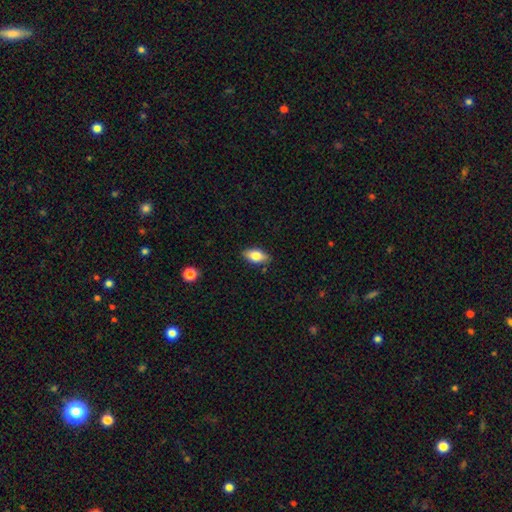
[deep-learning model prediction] Q: Smooth or featured?
A: smooth (77%); runner-up: featured or disk (16%)
Q: How rounded?
A: in between (88%); runner-up: cigar-shaped (8%)
Q: Merging?
A: none (86%); runner-up: minor disturbance (10%)